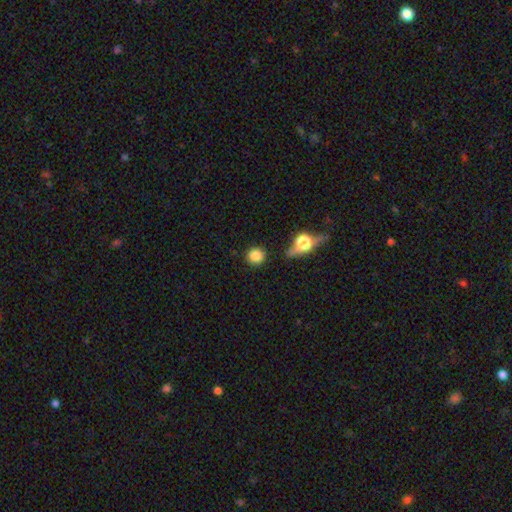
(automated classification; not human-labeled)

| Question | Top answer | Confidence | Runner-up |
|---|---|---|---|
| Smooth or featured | smooth | 82% | star or artifact (11%) |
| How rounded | round | 92% | in between (6%) |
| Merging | none | 84% | minor disturbance (8%) |